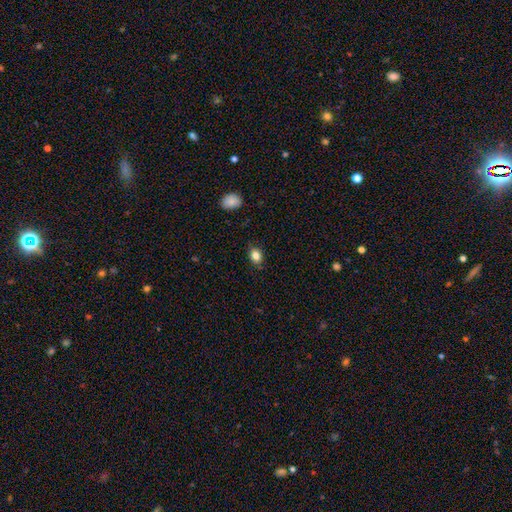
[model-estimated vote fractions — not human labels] Morphology: type=smooth (84%); roundness=in between (69%); merging=none (84%).